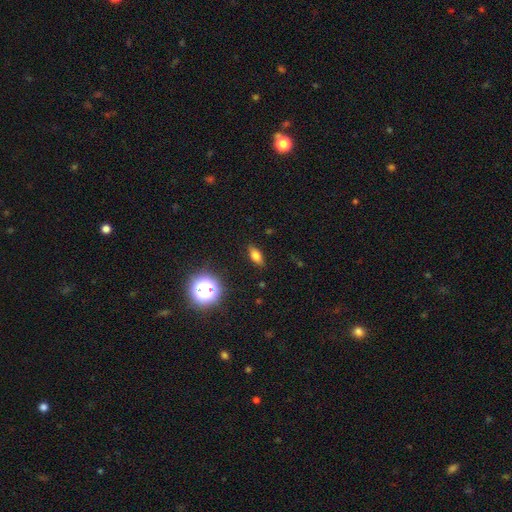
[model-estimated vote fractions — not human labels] Morphology: type=smooth (71%); roundness=in between (78%); merging=none (87%).